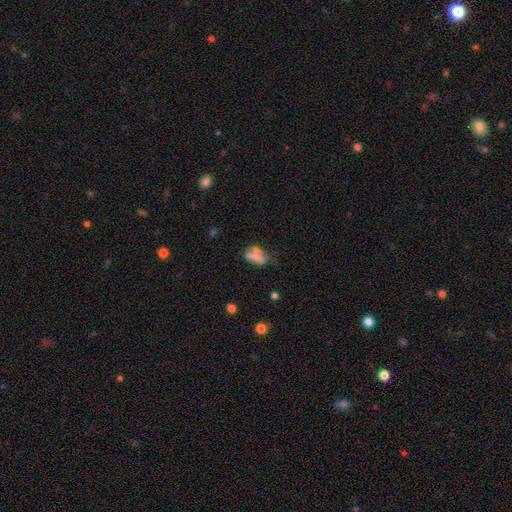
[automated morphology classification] This is possibly a smooth galaxy (54%). How rounded: likely in between (78%). Merging: marginally none (31%).